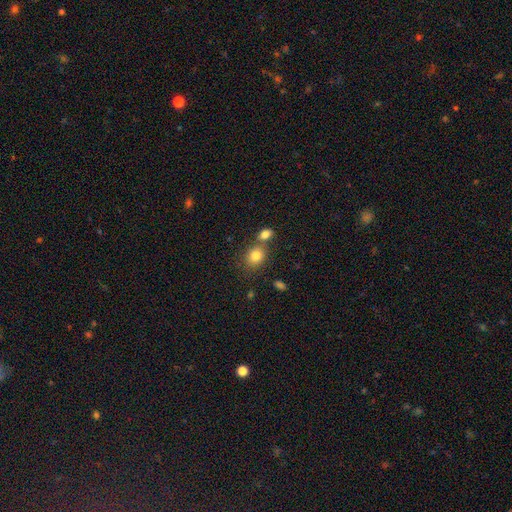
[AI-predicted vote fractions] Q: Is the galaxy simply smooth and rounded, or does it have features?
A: smooth — 81%.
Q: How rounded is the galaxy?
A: round — 55%.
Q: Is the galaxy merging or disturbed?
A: none — 55%.